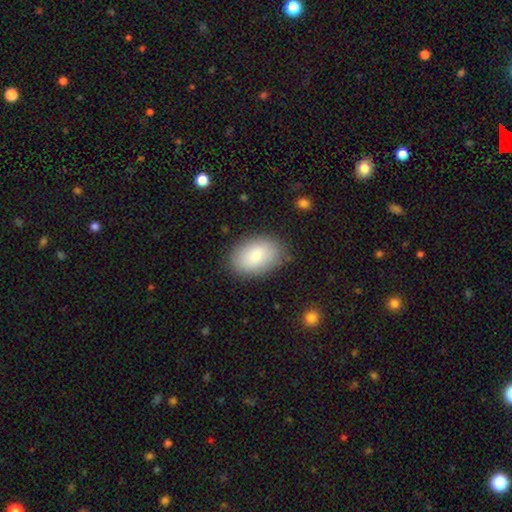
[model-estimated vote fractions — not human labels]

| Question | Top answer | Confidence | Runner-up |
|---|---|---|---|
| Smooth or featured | smooth | 80% | featured or disk (13%) |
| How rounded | in between | 87% | round (12%) |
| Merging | none | 83% | minor disturbance (13%) |